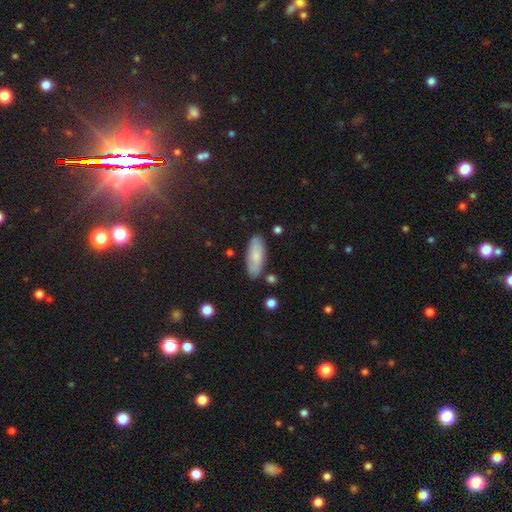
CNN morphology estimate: Overall: smooth (75%). How rounded: in between (76%). Merging: none (81%).